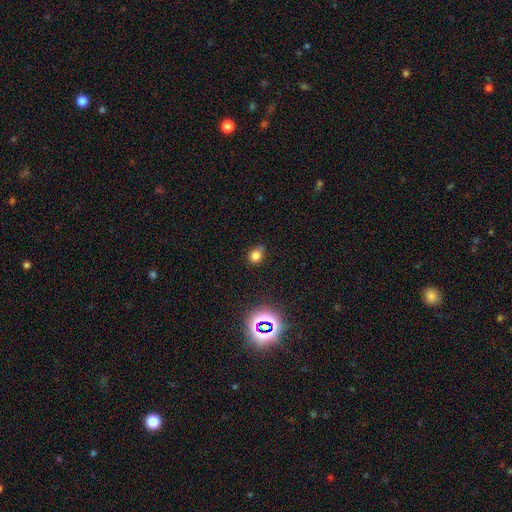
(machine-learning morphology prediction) A smooth galaxy with no disk features (75%) that is round (56%).

Vote fractions:
- Smooth or featured? smooth: 75% / star or artifact: 18% / featured or disk: 6%
- How rounded? round: 56% / in between: 43% / cigar-shaped: 1%
- Merging? none: 65% / minor disturbance: 26% / major disturbance: 6% / merger: 4%